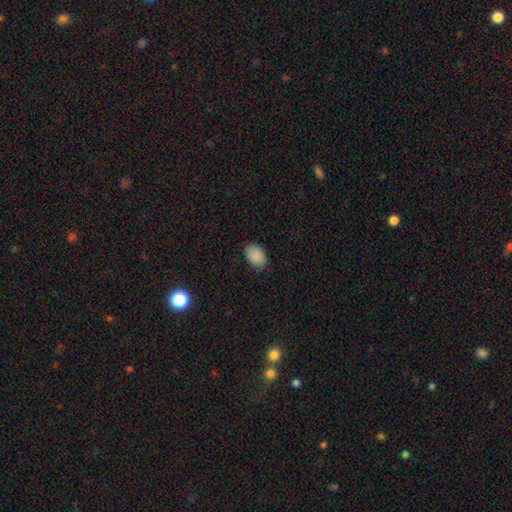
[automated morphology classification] A smooth galaxy with no disk features (88%) that is in between round and cigar-shaped (83%).

Vote fractions:
- Smooth or featured? smooth: 88% / star or artifact: 8% / featured or disk: 3%
- How rounded? in between: 83% / round: 16% / cigar-shaped: 1%
- Merging? none: 82% / minor disturbance: 15% / major disturbance: 3% / merger: 1%